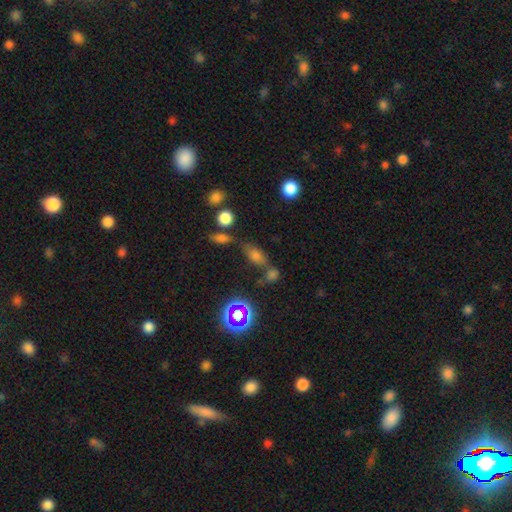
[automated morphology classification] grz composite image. It shows a smooth galaxy with no disk features (63%) that is in between round and cigar-shaped (74%). Merging: none (47%).